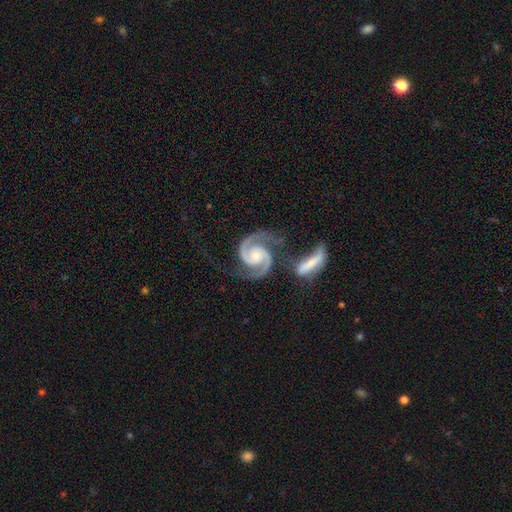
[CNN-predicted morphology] Q: Smooth or featured?
A: featured or disk (94%); runner-up: star or artifact (4%)
Q: Edge-on disk?
A: no (98%); runner-up: yes (2%)
Q: Bar?
A: no (66%); runner-up: weak (25%)
Q: Spiral arms?
A: yes (99%); runner-up: no (1%)
Q: Spiral winding?
A: medium (55%); runner-up: tight (37%)
Q: Spiral arm count?
A: 2 (94%); runner-up: 3 (1%)
Q: Bulge size?
A: small (47%); runner-up: moderate (41%)
Q: Merging?
A: none (64%); runner-up: minor disturbance (15%)